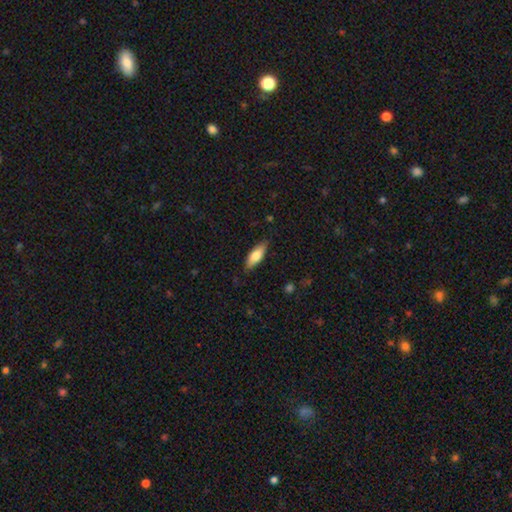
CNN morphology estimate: smooth 75%, featured or disk 19%, star or artifact 6%. Down the decision tree: how rounded — in between (69%); merging — none (81%).